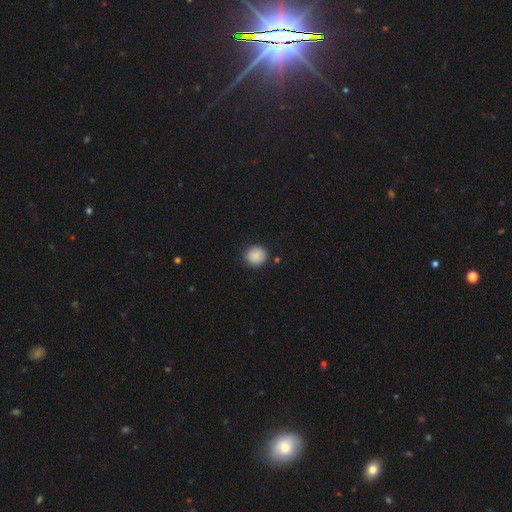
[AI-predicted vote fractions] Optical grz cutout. It shows a smooth galaxy with no disk features (88%) that is round (90%). Merging: none (89%).